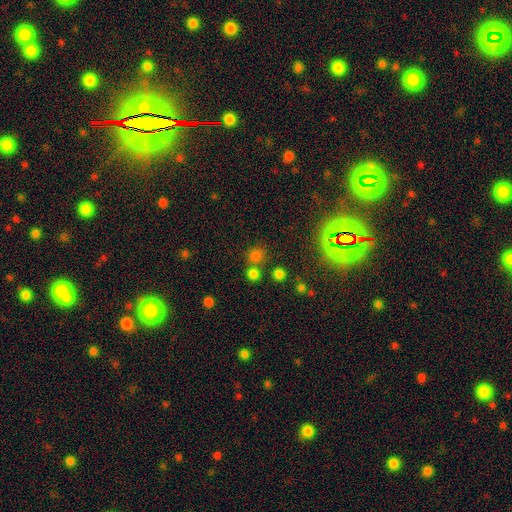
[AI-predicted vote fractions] This is likely a smooth galaxy (71%). How rounded: clearly round (88%). Merging: likely none (68%).